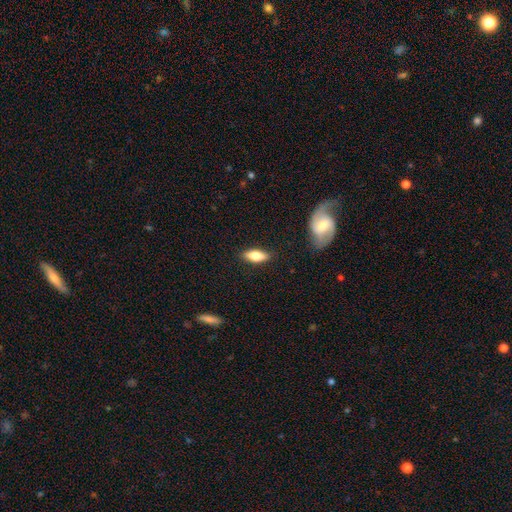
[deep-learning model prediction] This appears to be a smooth galaxy with no disk features (73%) that is in between round and cigar-shaped (71%). Merging: none (86%).